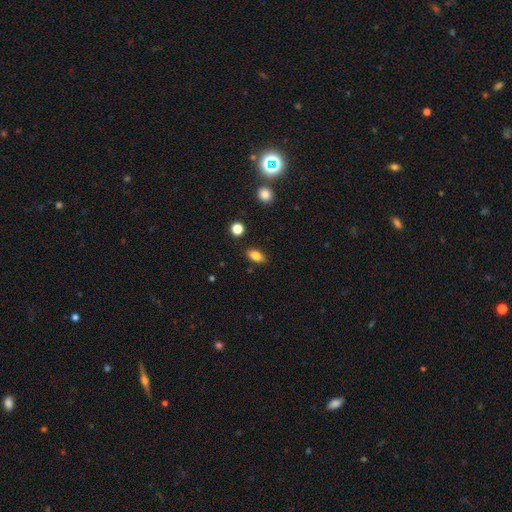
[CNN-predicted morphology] This appears to be a smooth galaxy with no disk features (83%) that is in between round and cigar-shaped (86%). Merging: none (85%).